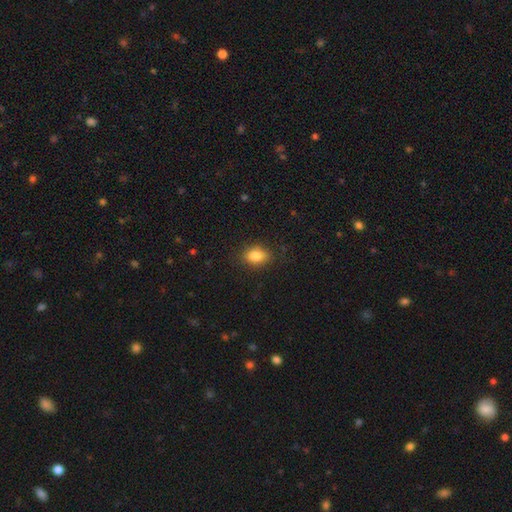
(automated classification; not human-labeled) The model was most divided on "how rounded": in between: 74%, round: 24%, cigar-shaped: 2%. More confident: smooth or featured — smooth (84%); merging — none (83%).